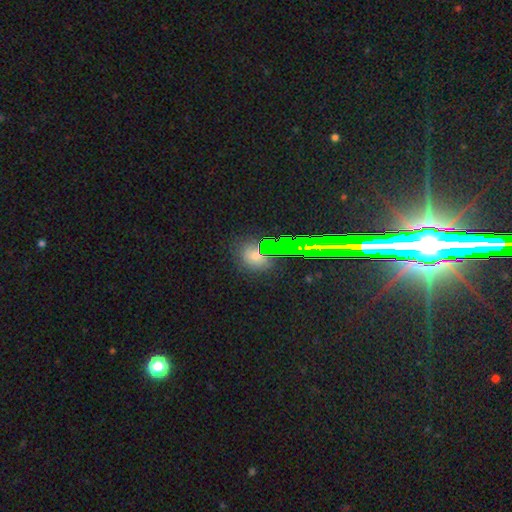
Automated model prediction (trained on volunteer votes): Smooth or featured?
  - star or artifact: 51% *
  - smooth: 39%
  - featured or disk: 11%